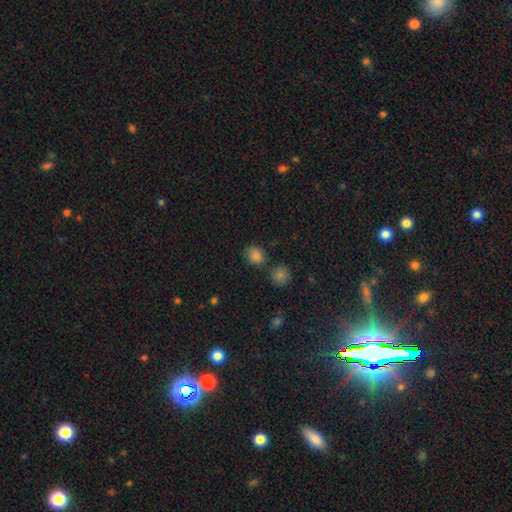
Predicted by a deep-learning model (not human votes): The model was most divided on "how rounded": round: 68%, in between: 31%, cigar-shaped: 1%. More confident: smooth or featured — smooth (82%); merging — none (66%).